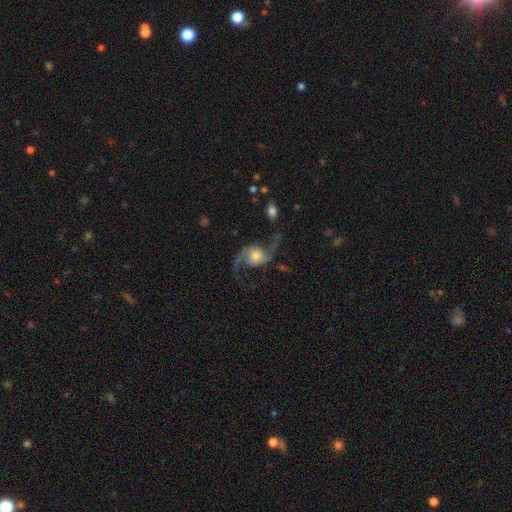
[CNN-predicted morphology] smooth-or-featured: featured or disk: 90% | smooth: 5% | star or artifact: 5%
  disk-edge-on: no: 97% | yes: 3%
    bar: no: 65% | weak: 27% | strong: 8%
    has-spiral-arms: yes: 97% | no: 3%
      spiral-winding: loose: 74% | medium: 22% | tight: 4%
      spiral-arm-count: 2: 94% | 1: 2% | can't tell: 1% | 3: 1% | 4: 1% | more than 4: 1%
    bulge-size: moderate: 45% | small: 26% | large: 20% | none: 6% | dominant: 4%
  merging: none: 72% | minor disturbance: 14% | major disturbance: 11% | merger: 3%